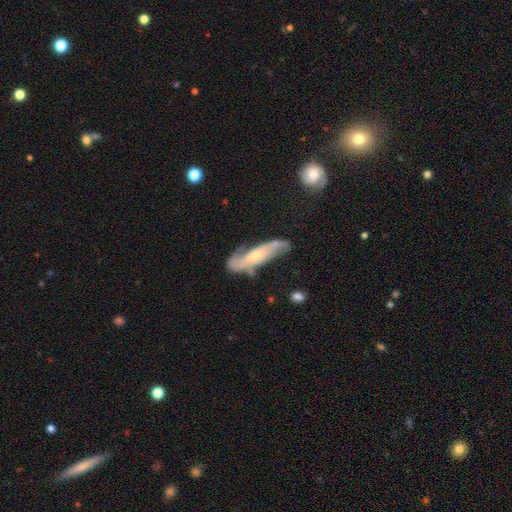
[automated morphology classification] featured or disk 67%, smooth 27%, star or artifact 6%. Down the decision tree: edge-on disk — no (74%); merging — none (50%).